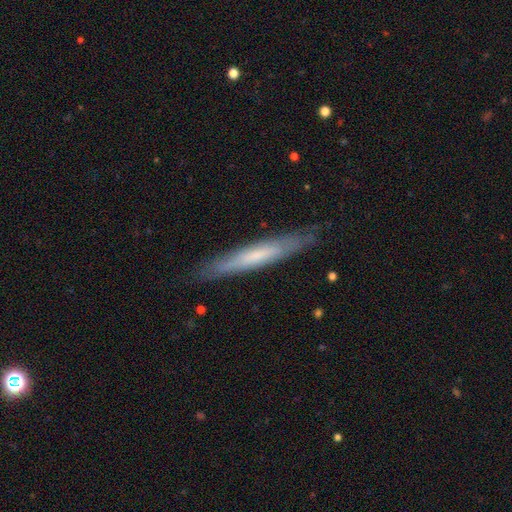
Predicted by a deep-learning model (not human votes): Overall: smooth (50%; featured or disk 44%). How rounded: cigar-shaped (94%). Merging: none (85%).